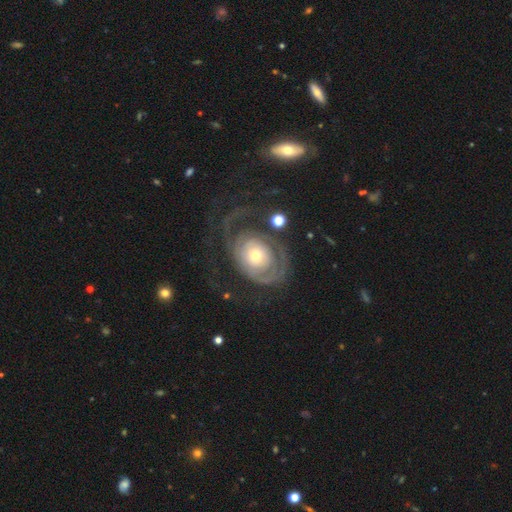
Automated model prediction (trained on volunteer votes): smooth-or-featured: featured or disk: 80% | smooth: 14% | star or artifact: 6%
  disk-edge-on: no: 96% | yes: 4%
    bar: no: 82% | weak: 14% | strong: 4%
    has-spiral-arms: yes: 86% | no: 14%
      spiral-winding: tight: 56% | medium: 26% | loose: 18%
      spiral-arm-count: 2: 33% | can't tell: 26% | 1: 25% | 3: 8% | 4: 4% | more than 4: 4%
    bulge-size: moderate: 46% | small: 44% | large: 7% | dominant: 2% | none: 1%
  merging: none: 46% | major disturbance: 35% | minor disturbance: 16% | merger: 3%